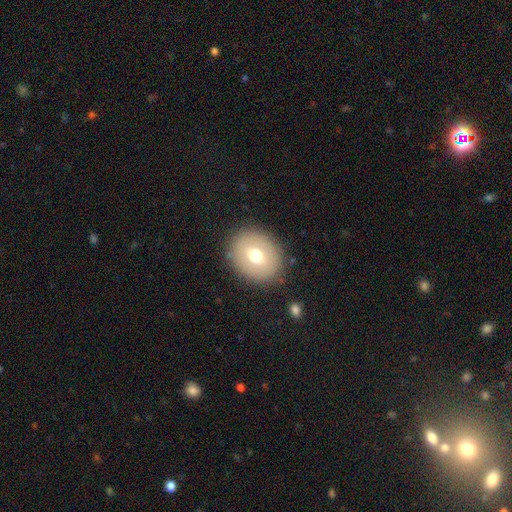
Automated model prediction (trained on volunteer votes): Morphology: type=smooth (65%); roundness=round (63%); merging=none (86%).